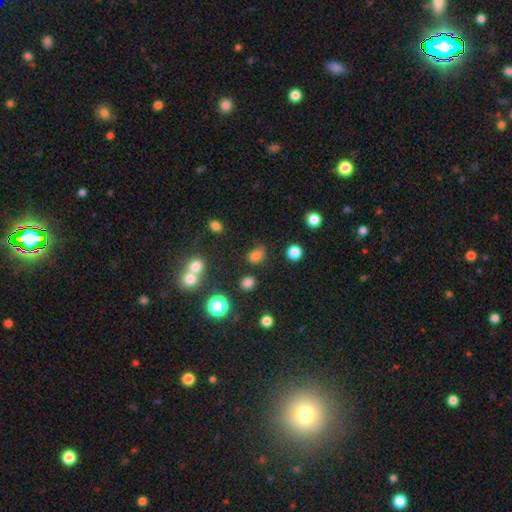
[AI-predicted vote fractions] A smooth galaxy with no disk features (77%) that is in between round and cigar-shaped (53%). Merging: none (66%).